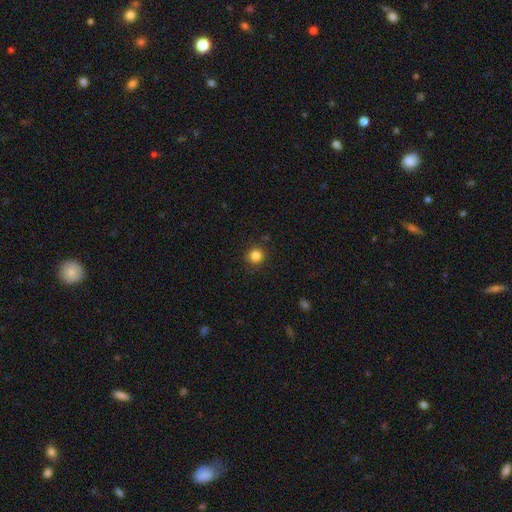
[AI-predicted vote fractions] Q: Smooth or featured?
A: smooth (84%); runner-up: star or artifact (12%)
Q: How rounded?
A: round (94%); runner-up: in between (5%)
Q: Merging?
A: none (90%); runner-up: minor disturbance (7%)